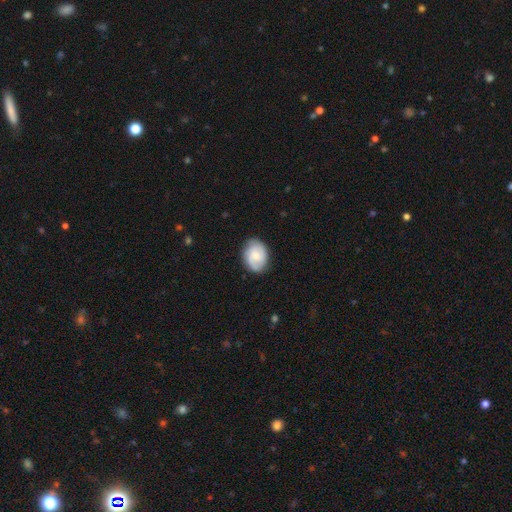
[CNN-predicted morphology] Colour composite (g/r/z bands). It shows a featured or disk galaxy (48%). Merging: none (81%).